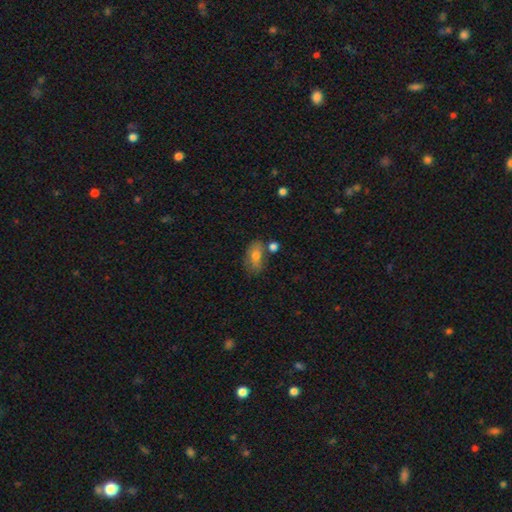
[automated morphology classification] A smooth galaxy with no disk features (71%) that is in between round and cigar-shaped (86%). Merging: none (53%).